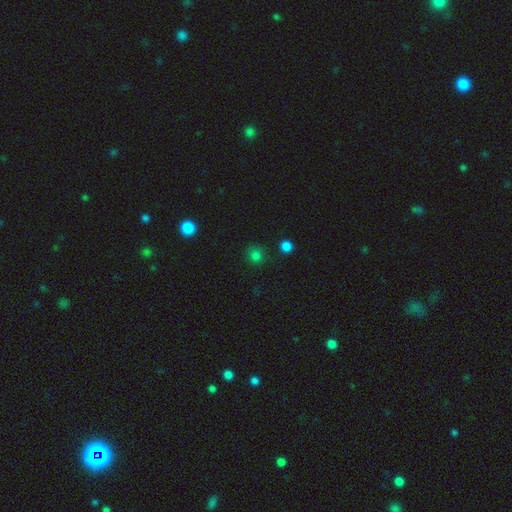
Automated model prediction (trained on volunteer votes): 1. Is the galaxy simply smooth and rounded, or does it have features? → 79% smooth, 18% star or artifact, 4% featured or disk.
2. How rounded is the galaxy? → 89% round, 10% in between, 1% cigar-shaped.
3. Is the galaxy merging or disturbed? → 84% none, 10% minor disturbance, 3% major disturbance, 3% merger.